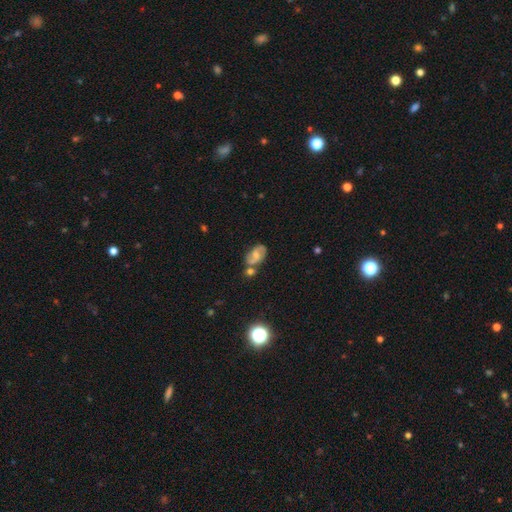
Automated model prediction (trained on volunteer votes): smooth-or-featured: featured or disk: 60% | smooth: 30% | star or artifact: 10%
  disk-edge-on: no: 96% | yes: 4%
    bar: weak: 47% | no: 39% | strong: 14%
    has-spiral-arms: yes: 82% | no: 18%
    bulge-size: moderate: 40% | small: 39% | none: 14% | large: 5% | dominant: 2%
  merging: none: 54% | merger: 23% | minor disturbance: 17% | major disturbance: 6%